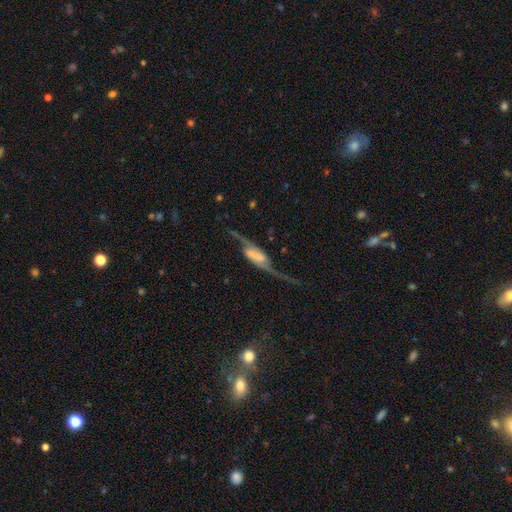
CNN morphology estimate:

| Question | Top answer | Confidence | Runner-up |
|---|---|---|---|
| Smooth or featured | featured or disk | 85% | smooth (9%) |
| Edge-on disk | no | 88% | yes (12%) |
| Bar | strong | 49% | weak (31%) |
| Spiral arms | yes | 94% | no (6%) |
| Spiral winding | loose | 88% | medium (9%) |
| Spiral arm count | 2 | 93% | 1 (2%) |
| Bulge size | none | 53% | large (17%) |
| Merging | none | 56% | major disturbance (23%) |